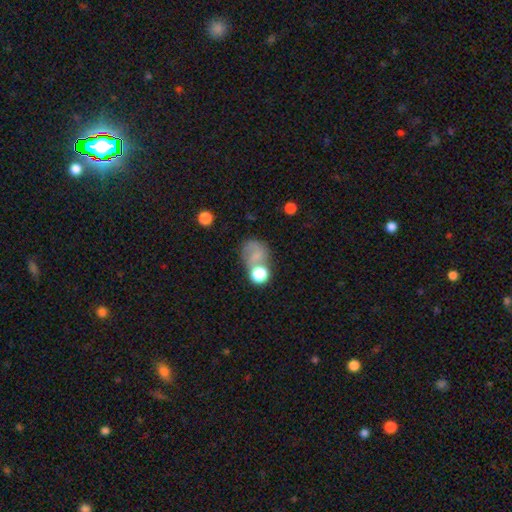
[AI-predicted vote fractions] Overall: smooth (62%; featured or disk 22%). How rounded: round (56%; in between 42%). Merging: none (36%; merger 25%).